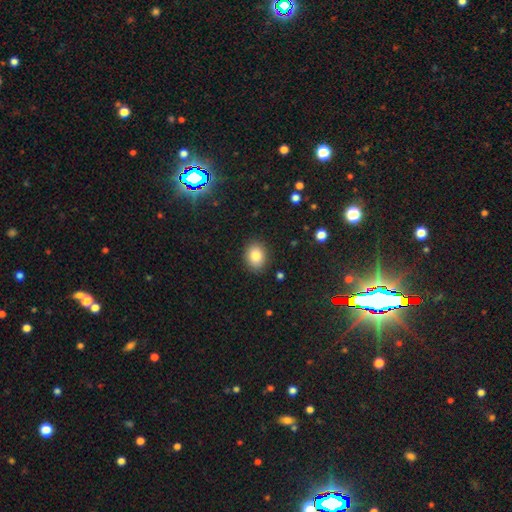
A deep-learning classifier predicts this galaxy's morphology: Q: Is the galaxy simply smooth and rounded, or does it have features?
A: smooth — 84%.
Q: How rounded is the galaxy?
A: in between — 54%.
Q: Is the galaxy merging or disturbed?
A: none — 88%.